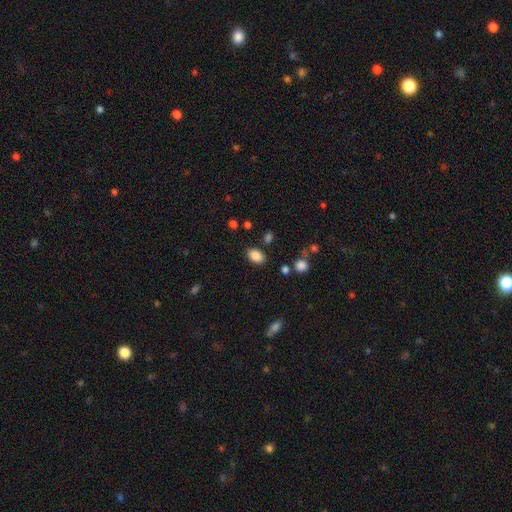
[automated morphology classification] This is clearly a smooth galaxy (86%). How rounded: clearly in between (86%). Merging: clearly none (83%).